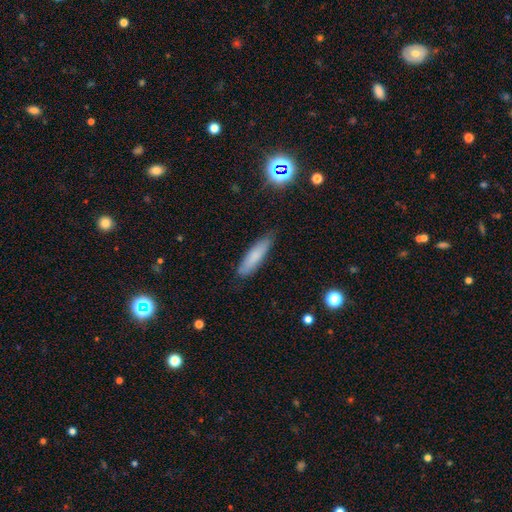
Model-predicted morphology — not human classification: smooth-or-featured: smooth: 80% | featured or disk: 12% | star or artifact: 8%
  how-rounded: cigar-shaped: 71% | in between: 27% | round: 2%
  merging: none: 82% | minor disturbance: 14% | major disturbance: 3% | merger: 1%